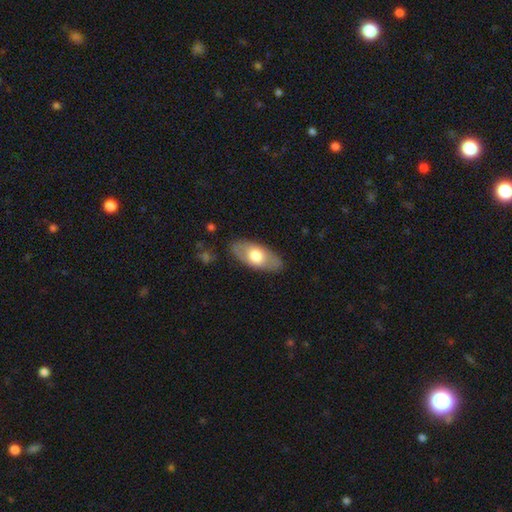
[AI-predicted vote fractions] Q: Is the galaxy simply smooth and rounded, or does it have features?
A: smooth — 60%.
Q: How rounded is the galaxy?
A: in between — 90%.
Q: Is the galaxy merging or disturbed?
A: none — 83%.